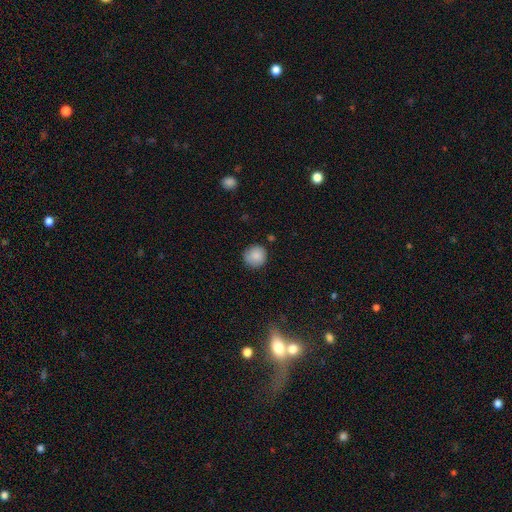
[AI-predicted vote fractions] Q: Smooth or featured?
A: smooth (87%); runner-up: star or artifact (8%)
Q: How rounded?
A: round (92%); runner-up: in between (7%)
Q: Merging?
A: none (86%); runner-up: minor disturbance (10%)